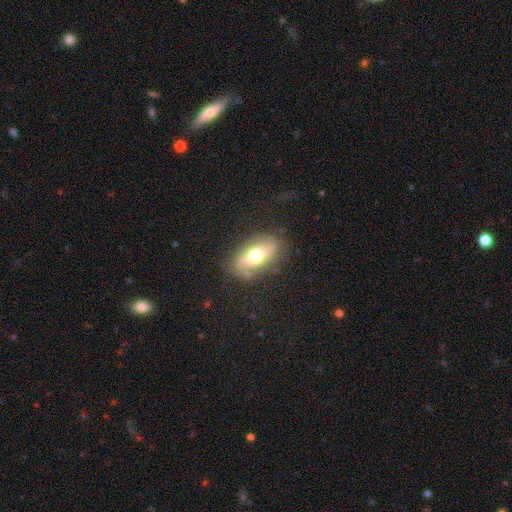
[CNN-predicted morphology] This appears to be a smooth galaxy with no disk features (59%) that is in between round and cigar-shaped (88%). Merging: none (77%).